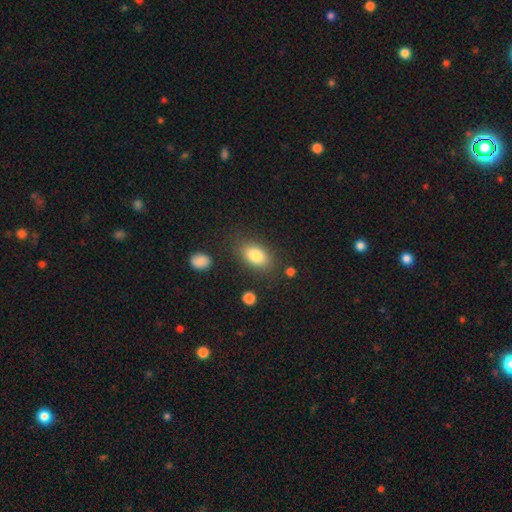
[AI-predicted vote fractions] This appears to be a smooth galaxy with no disk features (81%) that is in between round and cigar-shaped (84%). Merging: none (82%).